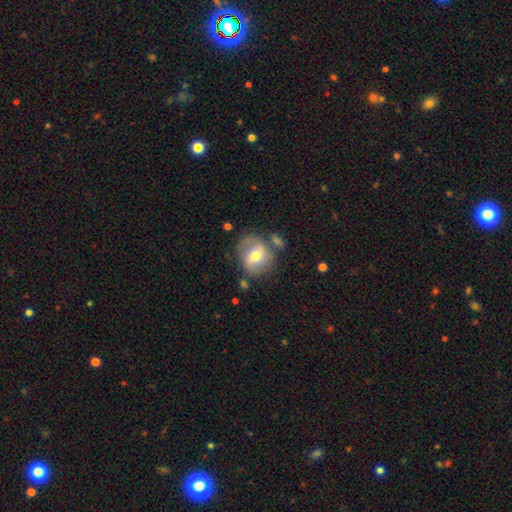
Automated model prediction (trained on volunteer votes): Smooth or featured?
  - smooth: 48% *
  - featured or disk: 44%
  - star or artifact: 8%
Merging?
  - none: 63% *
  - minor disturbance: 18%
  - merger: 11%
  - major disturbance: 8%